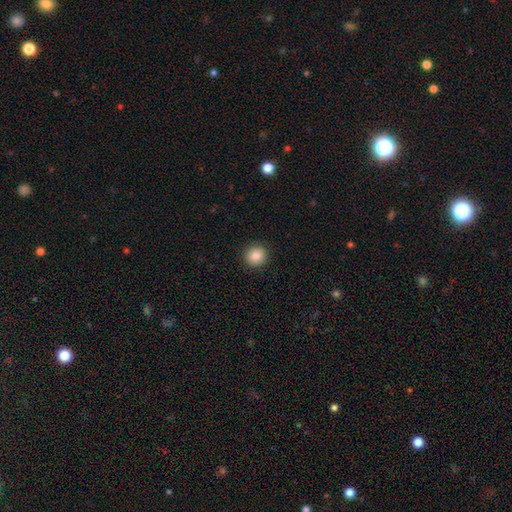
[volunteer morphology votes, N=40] Q: Smooth or featured?
A: smooth (92%); runner-up: star or artifact (8%)
Q: How rounded?
A: round (81%); runner-up: in between (19%)
Q: Merging?
A: none (97%); runner-up: major disturbance (3%)